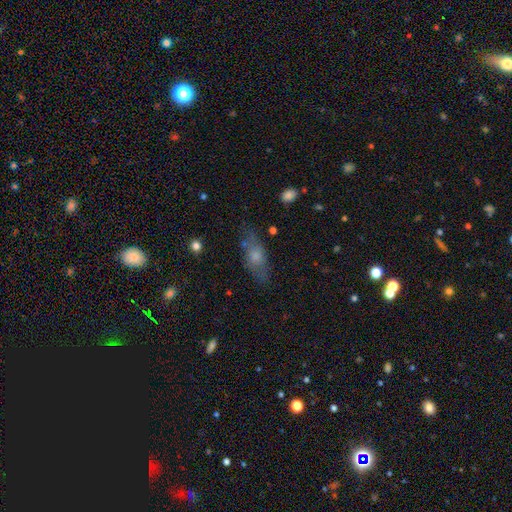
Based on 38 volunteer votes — smooth_or_featured: smooth (p=0.55) [alt: featured or disk p=0.37]
how_rounded: in between (p=0.81) [alt: cigar-shaped p=0.14]
merging: none (p=0.80) [alt: major disturbance p=0.11]